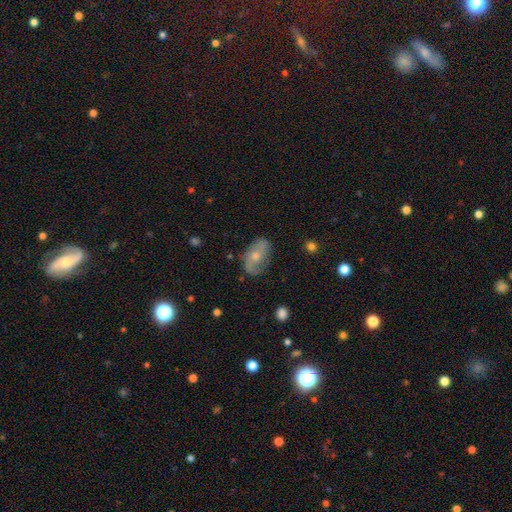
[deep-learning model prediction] Smooth or featured? Predicted: featured or disk (p=0.58). Edge-on disk? Predicted: no (p=0.94). Bar? Predicted: no (p=0.67). Spiral arms? Predicted: yes (p=0.79). Bulge size? Predicted: moderate (p=0.48). Merging? Predicted: none (p=0.68).